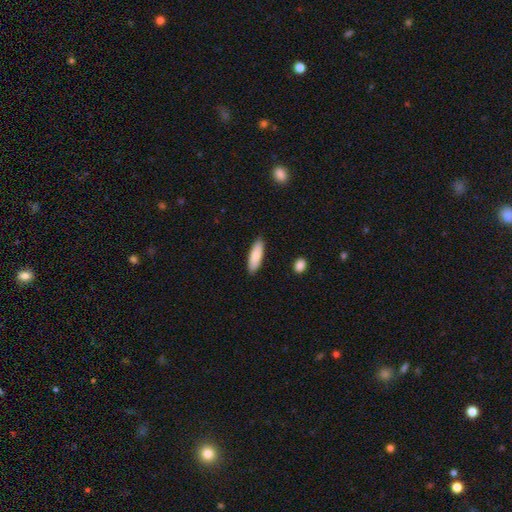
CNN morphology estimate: smooth-or-featured: smooth: 84% | featured or disk: 10% | star or artifact: 5%
  how-rounded: cigar-shaped: 50% | in between: 48% | round: 2%
  merging: none: 89% | minor disturbance: 8% | major disturbance: 2% | merger: 1%